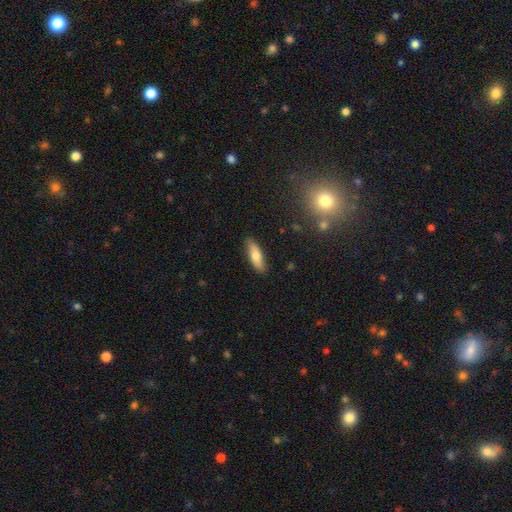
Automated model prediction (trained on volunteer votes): The model was most divided on "how rounded" (2-way tie): cigar-shaped: 49%, in between: 49%, round: 2%. More confident: merging — none (86%); smooth or featured — smooth (71%).